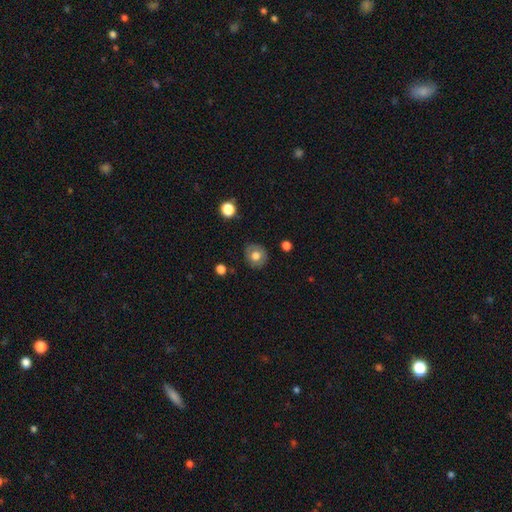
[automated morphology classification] A smooth galaxy with no disk features (72%) that is round (83%). Merging: none (85%).